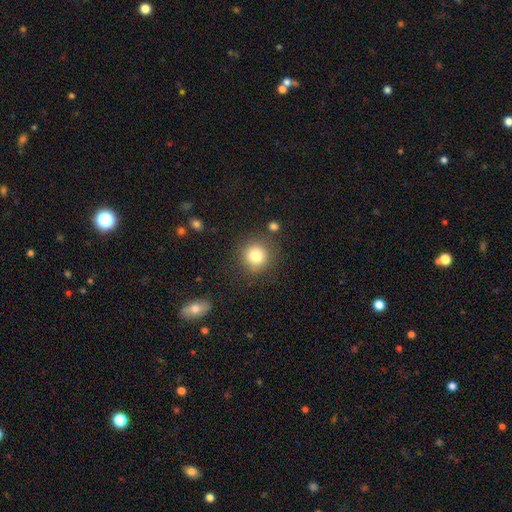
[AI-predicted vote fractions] smooth_or_featured: smooth (p=0.82) [alt: star or artifact p=0.11]
how_rounded: round (p=0.92) [alt: in between p=0.08]
merging: none (p=0.83) [alt: minor disturbance p=0.10]